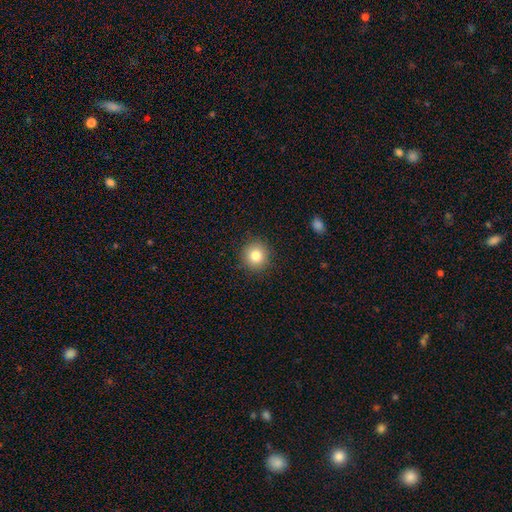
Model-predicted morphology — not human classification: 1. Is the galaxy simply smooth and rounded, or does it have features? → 82% smooth, 11% star or artifact, 7% featured or disk.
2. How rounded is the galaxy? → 91% round, 8% in between, 1% cigar-shaped.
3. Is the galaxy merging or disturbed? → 91% none, 6% minor disturbance, 2% major disturbance, 1% merger.